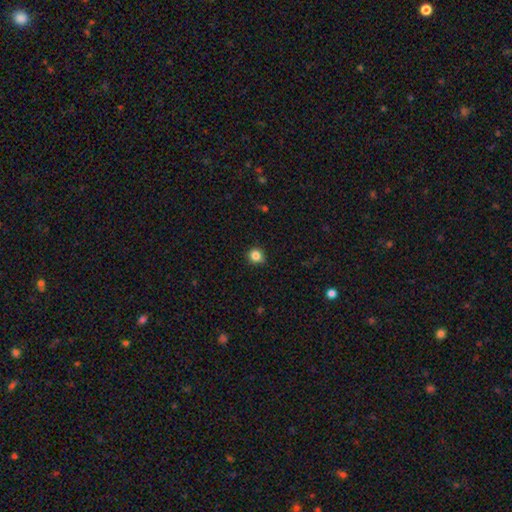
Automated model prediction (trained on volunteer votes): Smooth or featured? Predicted: smooth (p=0.85). How rounded? Predicted: round (p=0.89). Merging? Predicted: none (p=0.88).